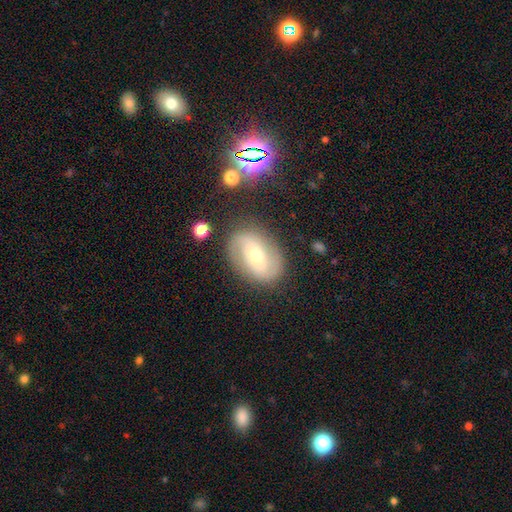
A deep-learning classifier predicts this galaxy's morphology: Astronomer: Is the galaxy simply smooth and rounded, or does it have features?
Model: featured or disk — 65%.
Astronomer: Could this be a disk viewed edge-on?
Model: no — 95%.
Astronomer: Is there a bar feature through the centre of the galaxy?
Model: no — 38% (runner-up: weak, 36%).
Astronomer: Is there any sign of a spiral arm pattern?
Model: yes — 75%.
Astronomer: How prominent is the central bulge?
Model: moderate — 49% (runner-up: small, 47%).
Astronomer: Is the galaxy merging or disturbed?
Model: none — 81%.